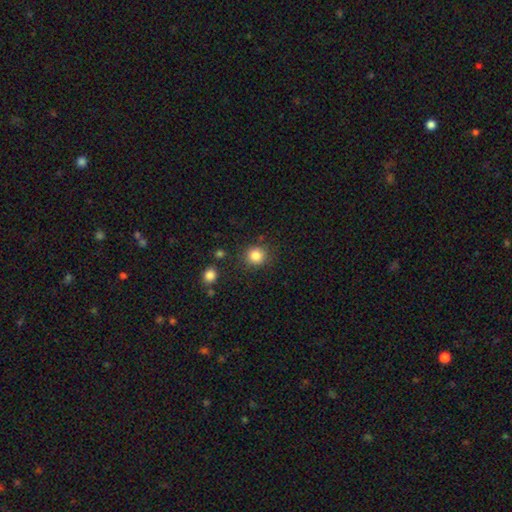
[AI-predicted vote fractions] Overall: smooth (85%). How rounded: round (88%). Merging: none (83%).